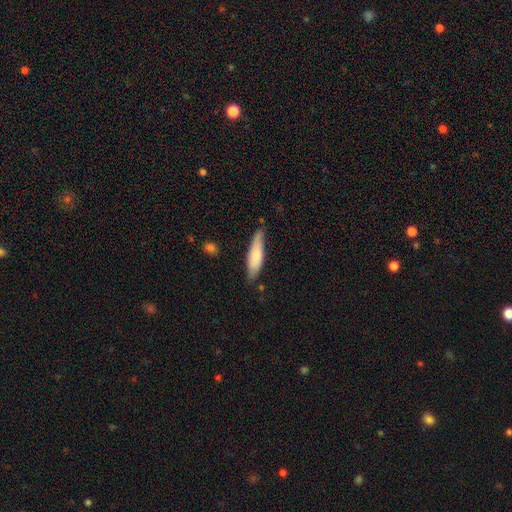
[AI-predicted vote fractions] A smooth galaxy with no disk features (75%) that is cigar-shaped (67%). Merging: none (67%).